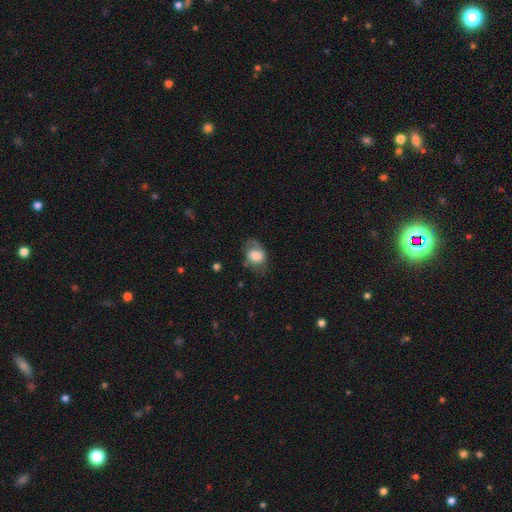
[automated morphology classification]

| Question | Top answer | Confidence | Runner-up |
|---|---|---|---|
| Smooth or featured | smooth | 66% | featured or disk (26%) |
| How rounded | in between | 67% | round (32%) |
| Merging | none | 50% | minor disturbance (29%) |